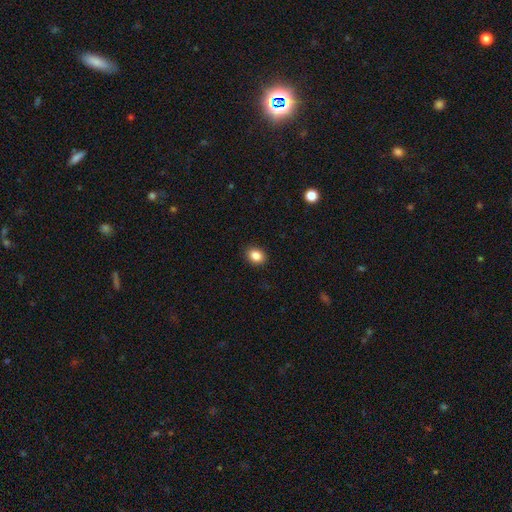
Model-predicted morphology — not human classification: Q: Smooth or featured?
A: smooth (87%); runner-up: star or artifact (9%)
Q: How rounded?
A: in between (55%); runner-up: round (44%)
Q: Merging?
A: none (90%); runner-up: minor disturbance (7%)